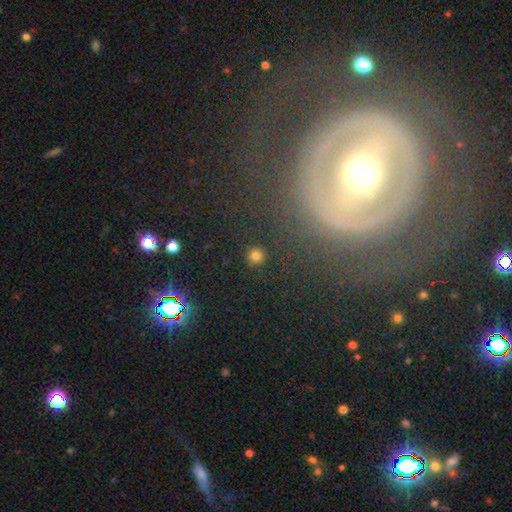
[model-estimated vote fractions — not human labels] Q: Smooth or featured?
A: smooth (79%); runner-up: star or artifact (16%)
Q: How rounded?
A: round (95%); runner-up: in between (4%)
Q: Merging?
A: none (91%); runner-up: minor disturbance (5%)